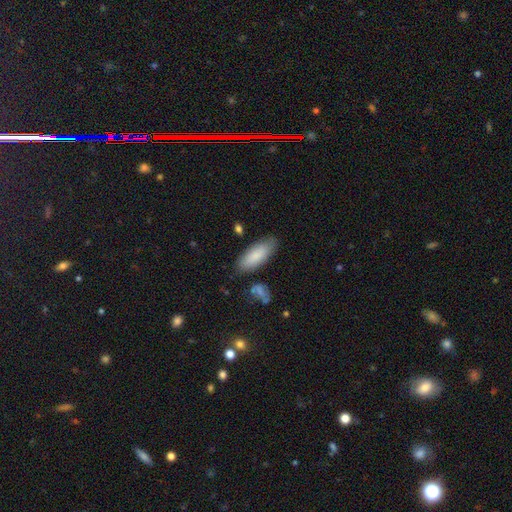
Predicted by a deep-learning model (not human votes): The model was most divided on "how rounded": in between: 78%, cigar-shaped: 20%, round: 2%. More confident: smooth or featured — smooth (84%); merging — none (79%).